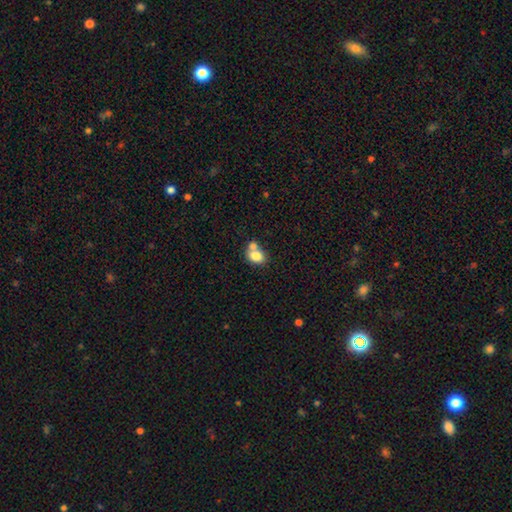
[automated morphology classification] Smooth or featured?
  - smooth: 79% *
  - featured or disk: 12%
  - star or artifact: 9%
How rounded?
  - in between: 60% *
  - round: 39%
  - cigar-shaped: 1%
Merging?
  - merger: 46% *
  - none: 39%
  - minor disturbance: 10%
  - major disturbance: 4%